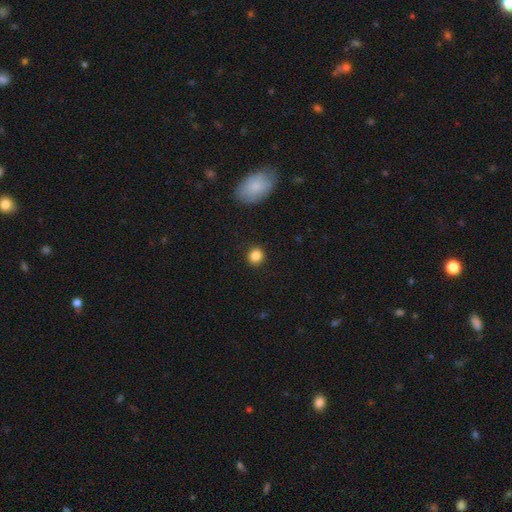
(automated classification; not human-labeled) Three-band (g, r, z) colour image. It shows a smooth galaxy with no disk features (86%) that is round (87%). Merging: none (90%).